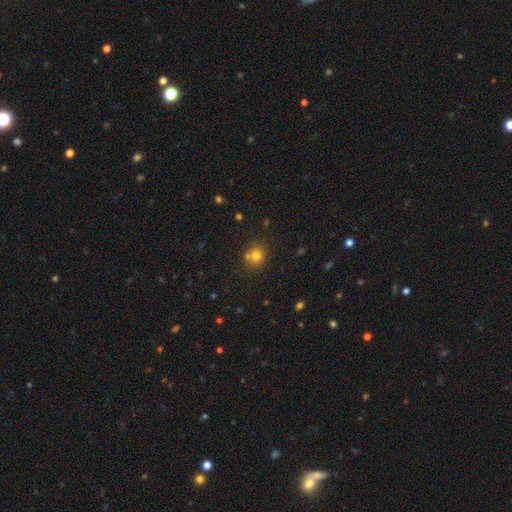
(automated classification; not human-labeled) Overall: smooth (76%). How rounded: round (84%). Merging: none (65%).